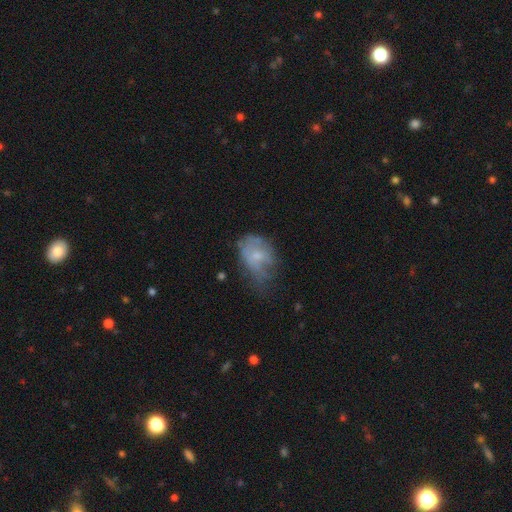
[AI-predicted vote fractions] Smooth or featured: smooth — 49% (featured or disk — 41%)
Merging: minor disturbance — 35% (major disturbance — 32%)